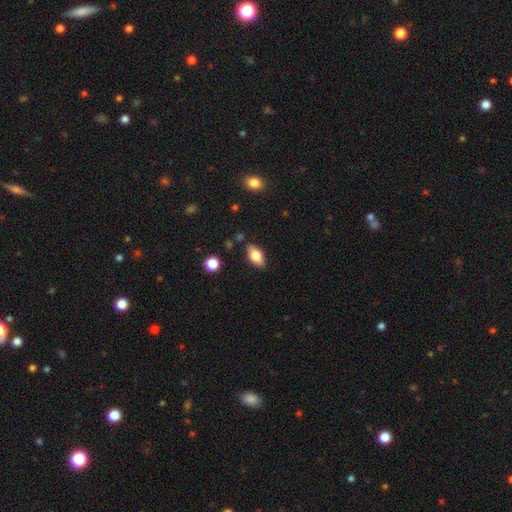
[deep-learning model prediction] Overall: smooth (68%). How rounded: in between (86%). Merging: none (82%).